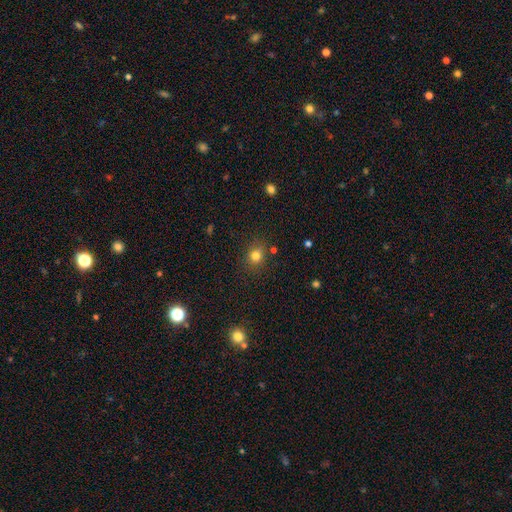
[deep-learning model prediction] This appears to be a smooth galaxy with no disk features (79%) that is round (74%). Merging: none (81%).